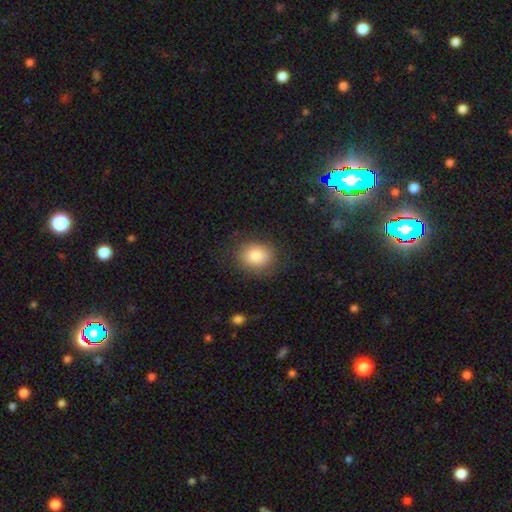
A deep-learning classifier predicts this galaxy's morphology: Overall: smooth (83%). How rounded: round (61%; in between 38%). Merging: none (81%).